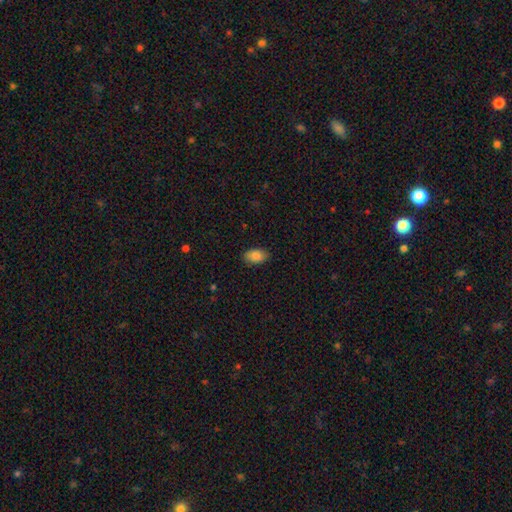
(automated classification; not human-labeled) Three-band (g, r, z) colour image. It shows a smooth galaxy with no disk features (86%) that is in between round and cigar-shaped (92%). Merging: none (87%).